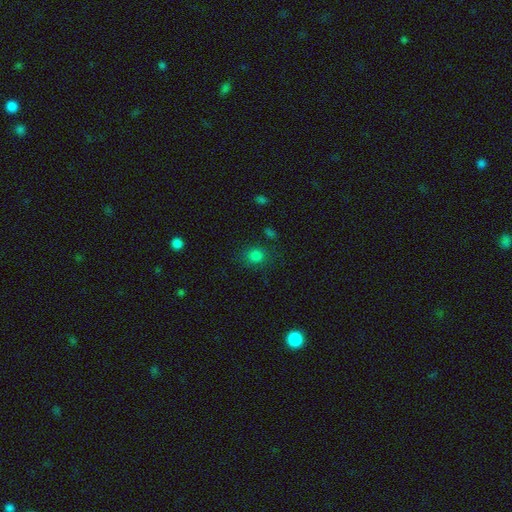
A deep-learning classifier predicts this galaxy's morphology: smooth 80%, star or artifact 15%, featured or disk 5%. Down the decision tree: how rounded — round (73%); merging — none (78%).